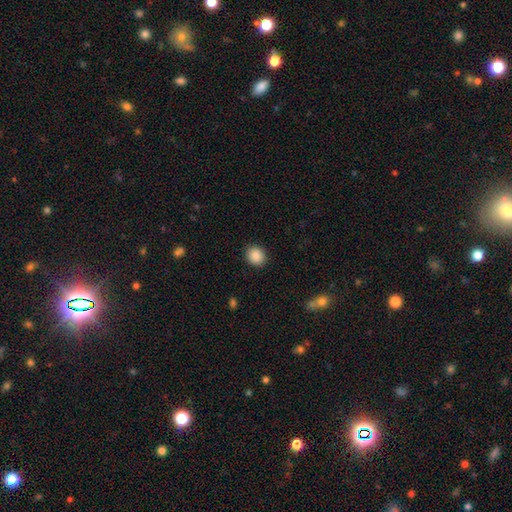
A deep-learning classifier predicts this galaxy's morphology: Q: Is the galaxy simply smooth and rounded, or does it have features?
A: smooth — 89%.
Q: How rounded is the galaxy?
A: round — 73%.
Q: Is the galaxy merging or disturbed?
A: none — 90%.